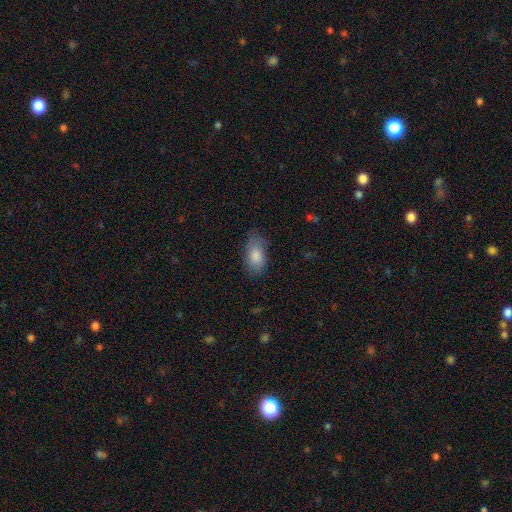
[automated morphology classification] smooth 82%, featured or disk 11%, star or artifact 7%. Down the decision tree: how rounded — in between (91%); merging — none (75%).